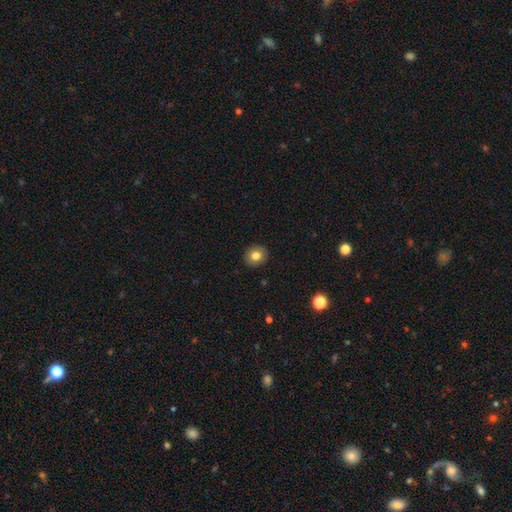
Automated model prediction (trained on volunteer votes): smooth-or-featured: smooth: 80% | featured or disk: 11% | star or artifact: 9%
  how-rounded: round: 81% | in between: 18% | cigar-shaped: 1%
  merging: none: 91% | minor disturbance: 6% | major disturbance: 2% | merger: 1%